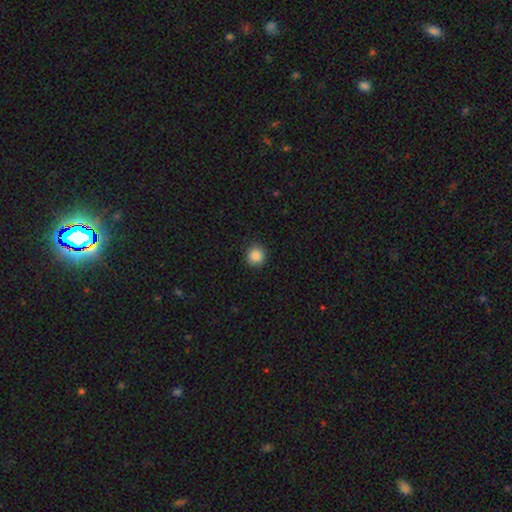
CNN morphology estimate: This is clearly a smooth galaxy (88%). How rounded: clearly round (94%). Merging: clearly none (91%).